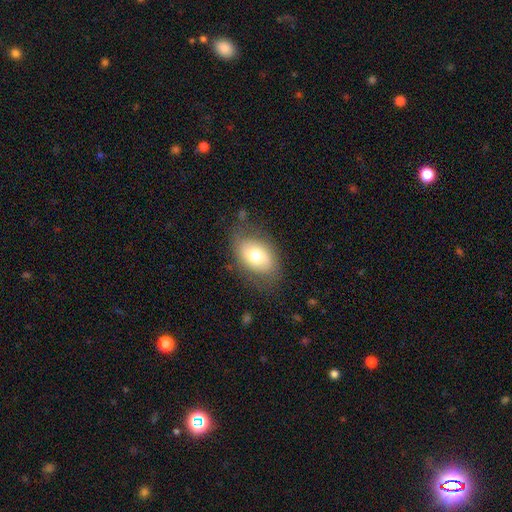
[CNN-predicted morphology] This appears to be a smooth galaxy with no disk features (69%) that is in between round and cigar-shaped (87%). Merging: none (72%).